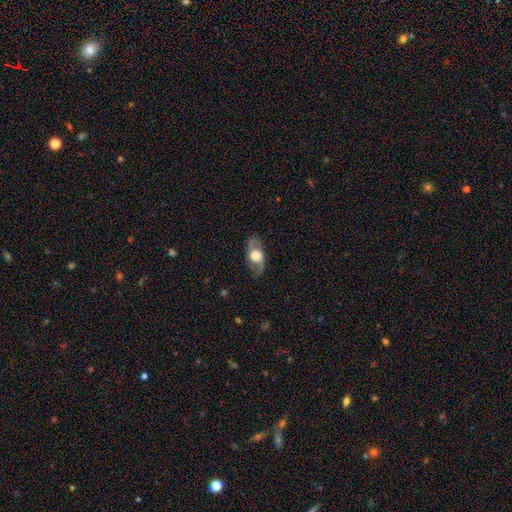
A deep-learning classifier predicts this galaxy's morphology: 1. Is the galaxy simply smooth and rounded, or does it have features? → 61% featured or disk, 32% smooth, 7% star or artifact.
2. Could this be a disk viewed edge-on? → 82% no, 18% yes.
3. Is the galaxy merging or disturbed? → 79% none, 13% minor disturbance, 6% major disturbance, 1% merger.